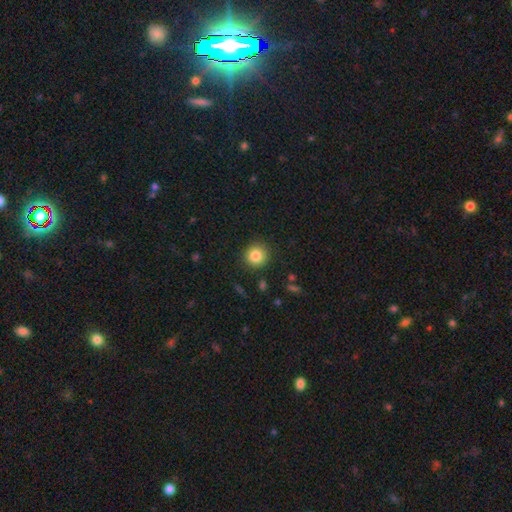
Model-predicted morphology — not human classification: Smooth or featured? smooth (84%)
How rounded? round (93%)
Merging? none (90%)